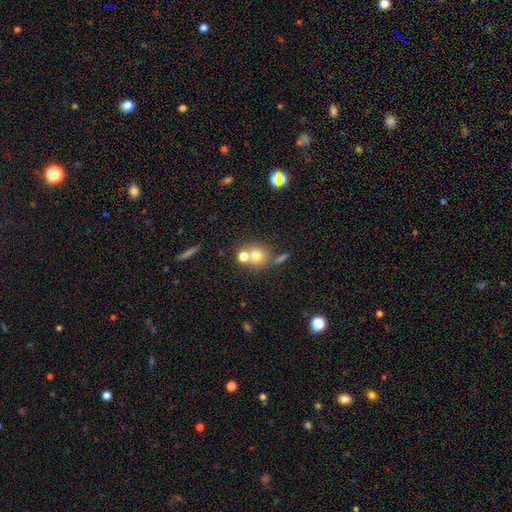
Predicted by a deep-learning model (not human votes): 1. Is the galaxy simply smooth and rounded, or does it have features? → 71% smooth, 15% featured or disk, 14% star or artifact.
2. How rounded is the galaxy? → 83% round, 16% in between, 1% cigar-shaped.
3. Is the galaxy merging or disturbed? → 51% none, 37% merger, 9% minor disturbance, 4% major disturbance.